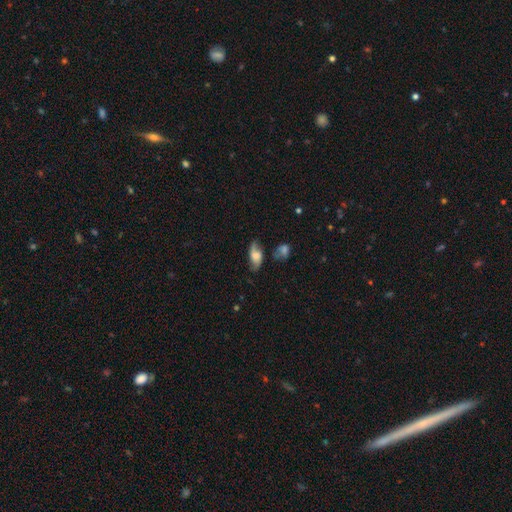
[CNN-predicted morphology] featured or disk 51%, smooth 40%, star or artifact 9%. Down the decision tree: edge-on disk — no (87%); merging — none (52%).